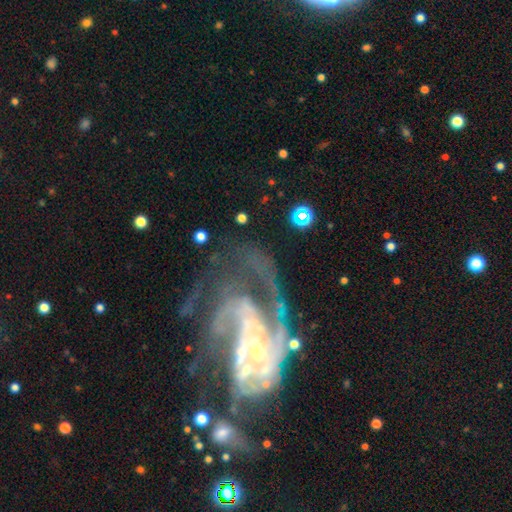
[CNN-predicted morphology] Q: Smooth or featured?
A: featured or disk (84%); runner-up: star or artifact (9%)
Q: Edge-on disk?
A: no (97%); runner-up: yes (3%)
Q: Bar?
A: no (53%); runner-up: weak (32%)
Q: Spiral arms?
A: yes (90%); runner-up: no (10%)
Q: Spiral winding?
A: tight (41%); runner-up: medium (40%)
Q: Spiral arm count?
A: can't tell (31%); runner-up: 2 (26%)
Q: Bulge size?
A: small (60%); runner-up: moderate (21%)
Q: Merging?
A: major disturbance (38%); runner-up: none (29%)